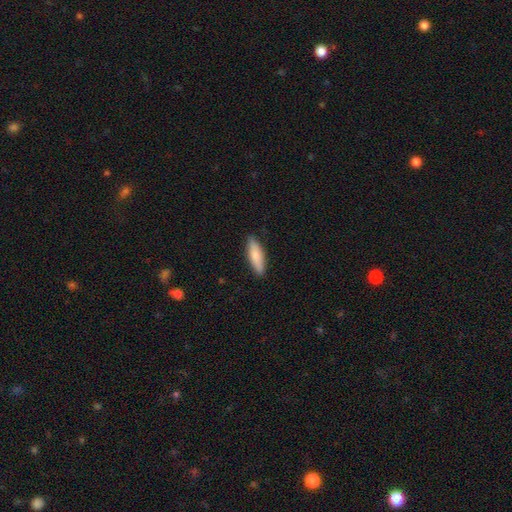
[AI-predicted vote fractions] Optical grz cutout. It shows a smooth galaxy with no disk features (81%) that is cigar-shaped (58%). Merging: none (88%).